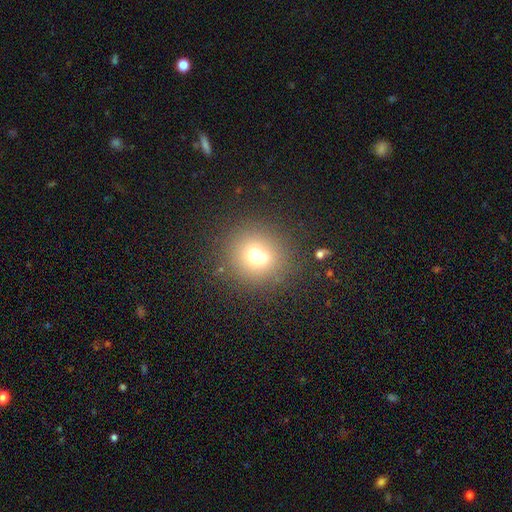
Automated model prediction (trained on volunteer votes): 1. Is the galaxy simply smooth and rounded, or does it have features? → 65% smooth, 20% featured or disk, 15% star or artifact.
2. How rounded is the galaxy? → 90% round, 9% in between, 1% cigar-shaped.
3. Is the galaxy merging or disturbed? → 53% none, 36% merger, 7% minor disturbance, 3% major disturbance.